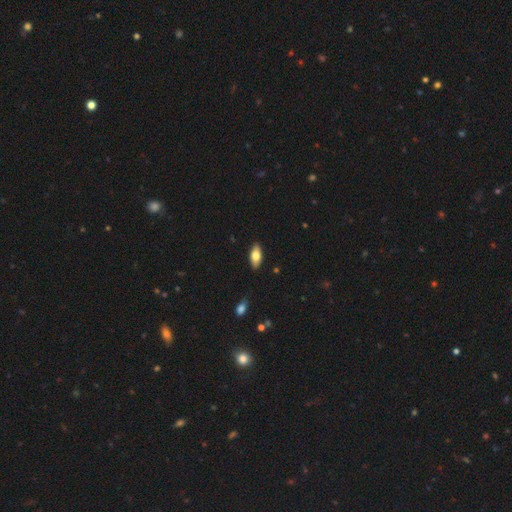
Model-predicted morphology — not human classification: The model was most divided on "smooth or featured": smooth: 74%, featured or disk: 20%, star or artifact: 6%. More confident: merging — none (88%); how rounded — in between (86%).